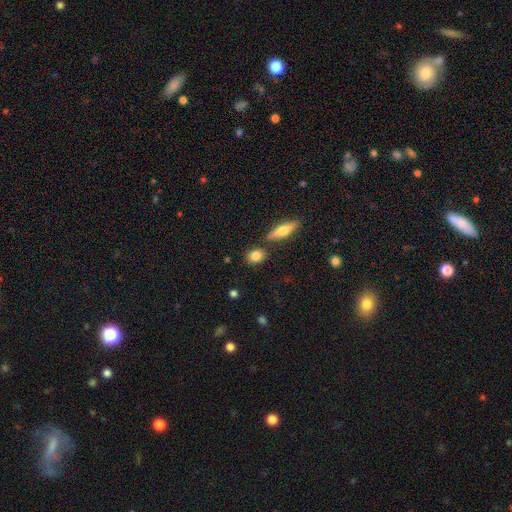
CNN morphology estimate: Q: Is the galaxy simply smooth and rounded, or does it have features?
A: smooth — 80%.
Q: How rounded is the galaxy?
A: in between — 53%.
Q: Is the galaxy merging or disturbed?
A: none — 79%.